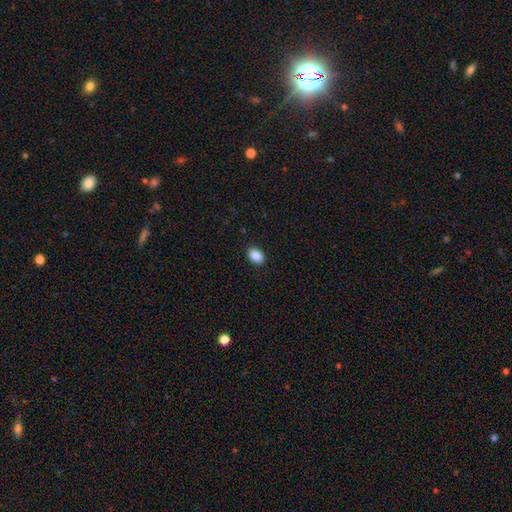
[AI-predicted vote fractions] Overall: smooth (88%). How rounded: in between (83%). Merging: none (89%).